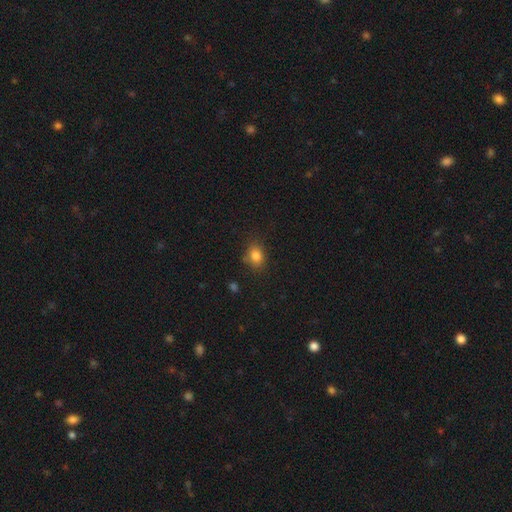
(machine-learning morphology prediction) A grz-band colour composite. It shows a smooth galaxy with no disk features (83%) that is in between round and cigar-shaped (56%). Merging: none (75%).